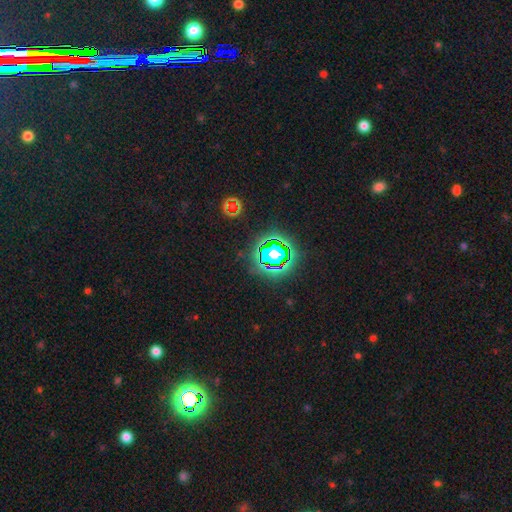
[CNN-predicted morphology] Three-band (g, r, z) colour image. It shows a star or artifact, not a galaxy (80%).